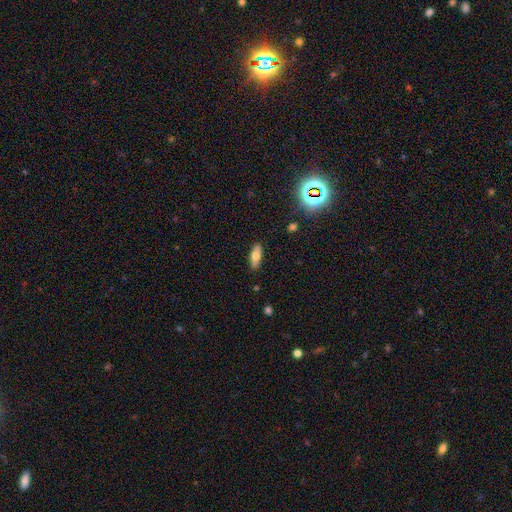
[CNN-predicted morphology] Smooth or featured? smooth (68%)
How rounded? in between (75%)
Merging? none (87%)